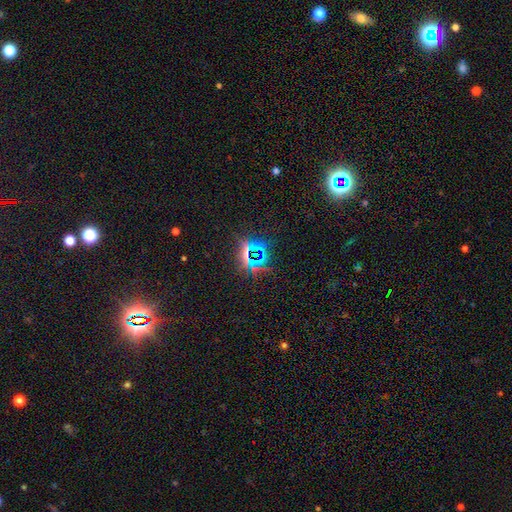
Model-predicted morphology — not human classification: A star or artifact, not a galaxy (76%).

Vote fractions:
- Smooth or featured? star or artifact: 76% / smooth: 15% / featured or disk: 9%